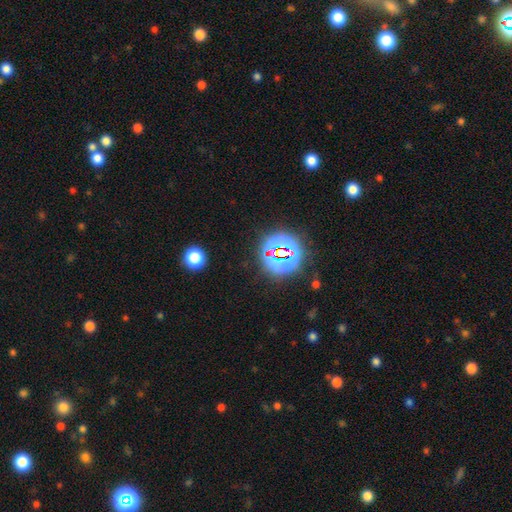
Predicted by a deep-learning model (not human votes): Morphology: type=star or artifact (80%).